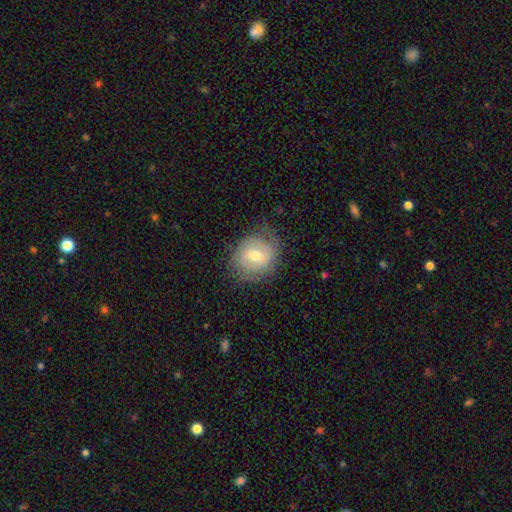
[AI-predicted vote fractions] A featured or disk galaxy (57%) with a weak bar (52%), spiral arms (72%) and a moderate central bulge (69%). Merging: none (70%).